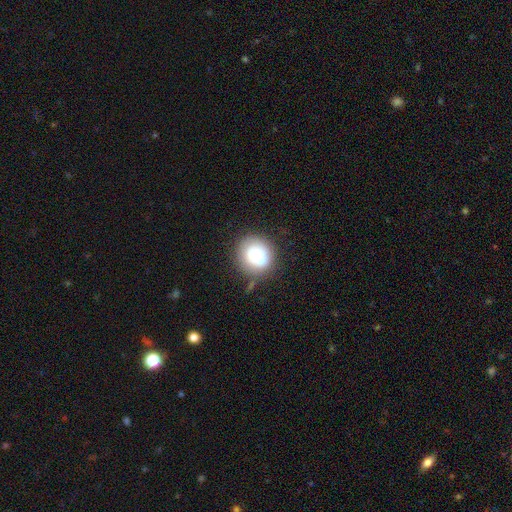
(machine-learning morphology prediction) Overall: smooth (65%; featured or disk 26%). How rounded: round (89%). Merging: none (72%).